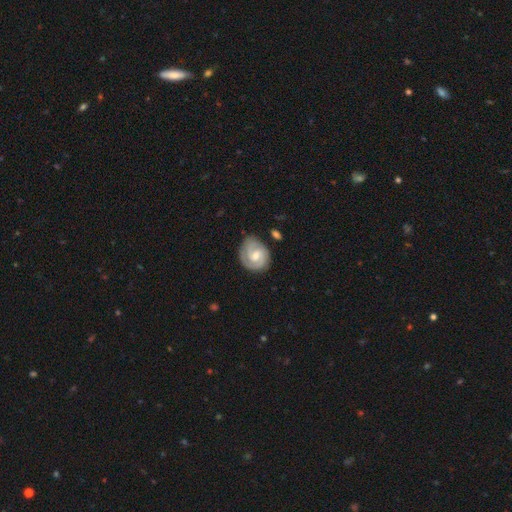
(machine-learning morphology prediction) Smooth or featured? Predicted: featured or disk (p=0.76). Edge-on disk? Predicted: no (p=0.98). Bar? Predicted: weak (p=0.50). Spiral arms? Predicted: yes (p=0.94). Spiral winding? Predicted: tight (p=0.58). Spiral arm count? Predicted: 2 (p=0.63). Bulge size? Predicted: moderate (p=0.58). Merging? Predicted: none (p=0.74).